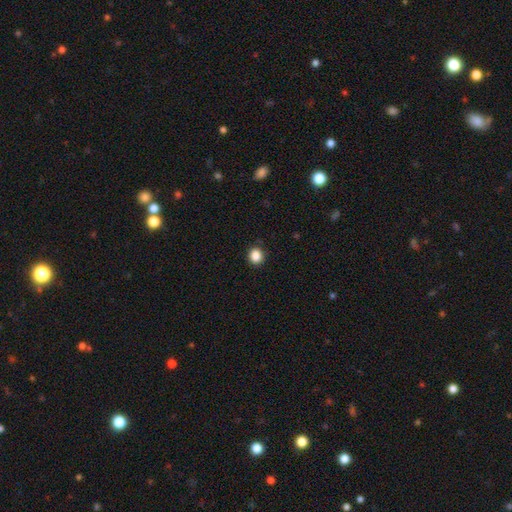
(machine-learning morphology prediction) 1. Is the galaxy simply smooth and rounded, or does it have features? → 87% smooth, 10% star or artifact, 3% featured or disk.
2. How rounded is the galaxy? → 83% round, 16% in between, 1% cigar-shaped.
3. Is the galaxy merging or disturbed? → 89% none, 7% minor disturbance, 2% major disturbance, 1% merger.